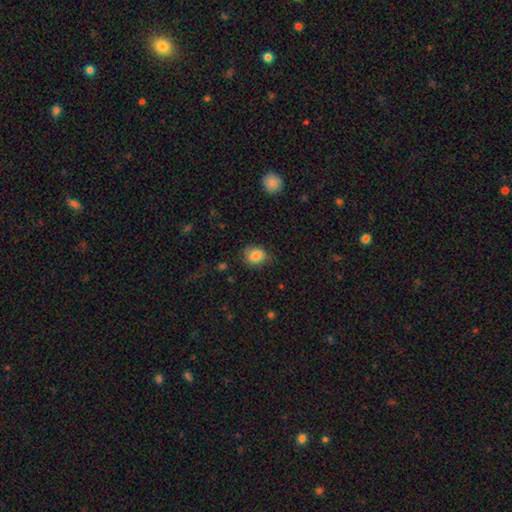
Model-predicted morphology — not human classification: A smooth galaxy with no disk features (83%) that is round (65%). Merging: none (75%).